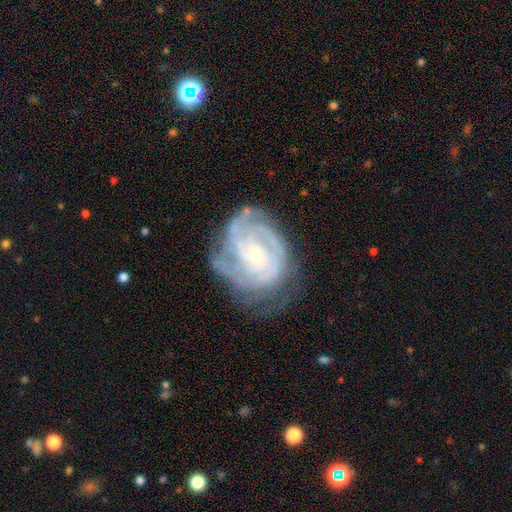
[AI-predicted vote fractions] featured or disk 86%, smooth 8%, star or artifact 6%. Down the decision tree: edge-on disk — no (97%); bar — no (65%); spiral arms — yes (95%); spiral arm count — can't tell (33%); spiral winding — tight (71%); bulge size — small (78%); merging — none (58%).